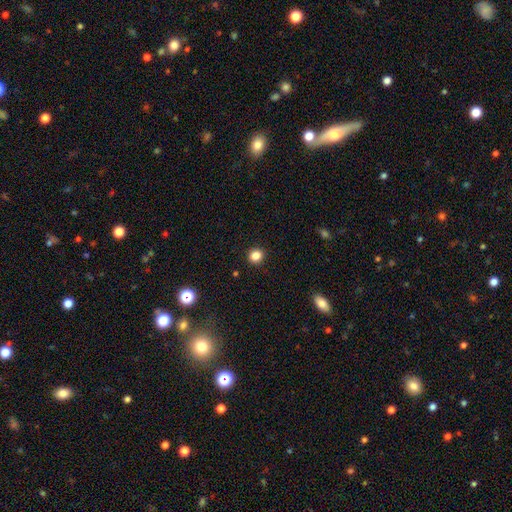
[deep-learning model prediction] Smooth or featured: smooth — 85% (star or artifact — 11%)
How rounded: round — 87% (in between — 12%)
Merging: none — 92% (minor disturbance — 5%)